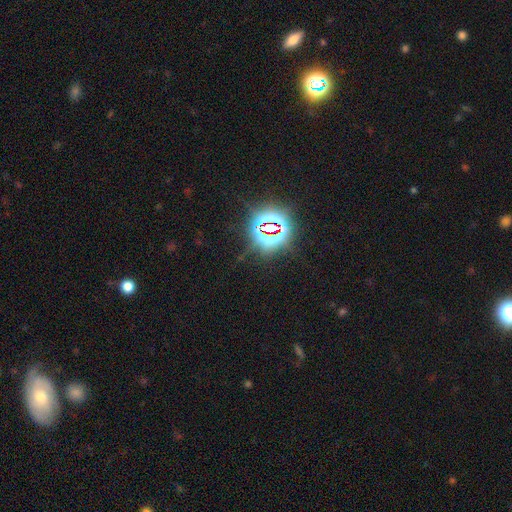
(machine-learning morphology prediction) Q: Smooth or featured?
A: star or artifact (81%); runner-up: smooth (12%)